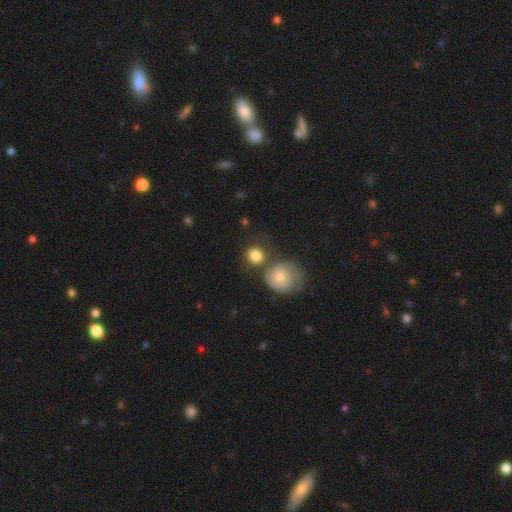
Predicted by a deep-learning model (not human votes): Overall: smooth (83%). How rounded: round (84%). Merging: none (57%; merger 25%).